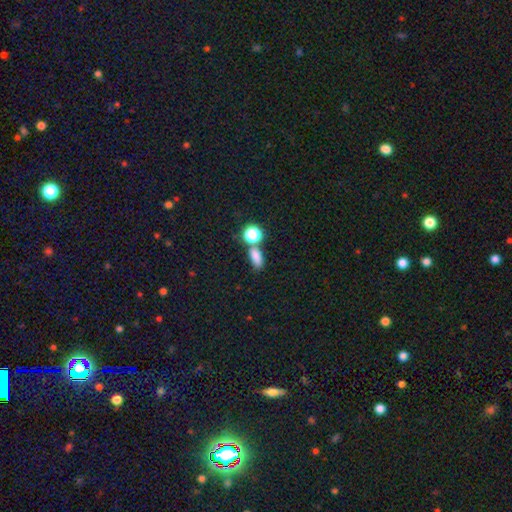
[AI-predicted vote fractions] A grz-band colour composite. It shows a smooth galaxy with no disk features (77%) that is in between round and cigar-shaped (73%). Merging: none (62%).